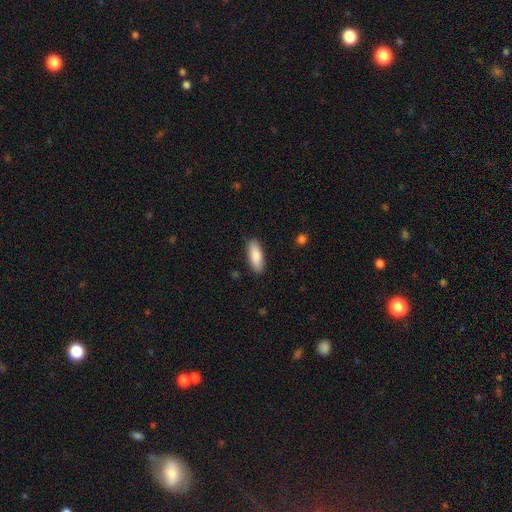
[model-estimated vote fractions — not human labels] Overall: smooth (87%). How rounded: in between (69%; cigar-shaped 30%). Merging: none (87%).